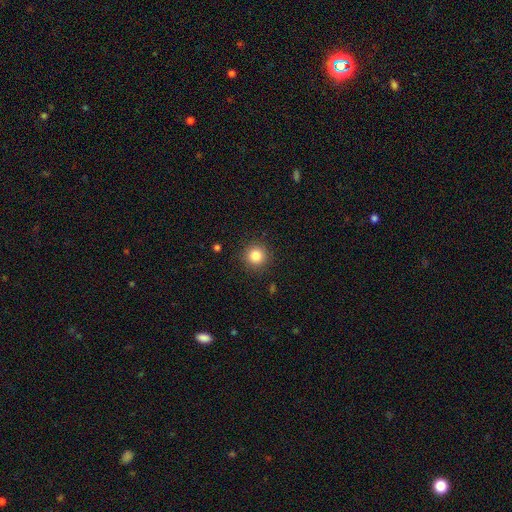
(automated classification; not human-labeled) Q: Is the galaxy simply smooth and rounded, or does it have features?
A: smooth — 84%.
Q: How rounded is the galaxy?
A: round — 95%.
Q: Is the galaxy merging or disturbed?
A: none — 90%.